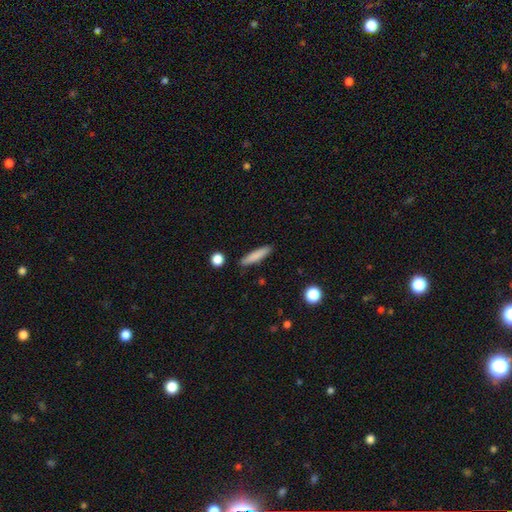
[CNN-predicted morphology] type=smooth (81%); roundness=cigar-shaped (85%); merging=none (88%).